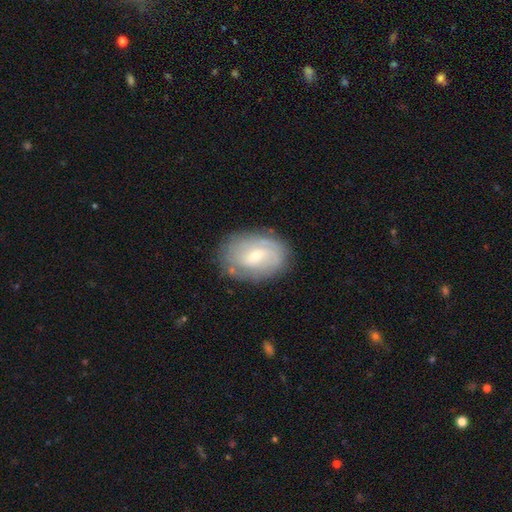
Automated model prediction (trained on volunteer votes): The model was most divided on "bar": weak: 48%, no: 42%, strong: 10%. Remaining: edge-on disk — no (96%); spiral arms — yes (83%); merging — none (76%); smooth or featured — featured or disk (68%); bulge size — small (59%); spiral winding — tight (52%); spiral arm count — can't tell (42%).